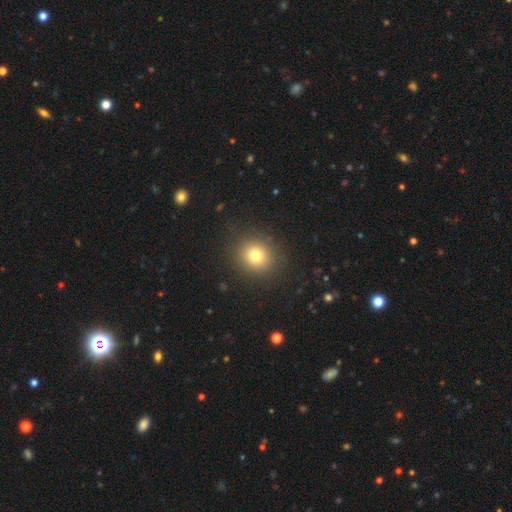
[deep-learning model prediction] This is likely a smooth galaxy (77%). How rounded: clearly round (81%). Merging: clearly none (88%).